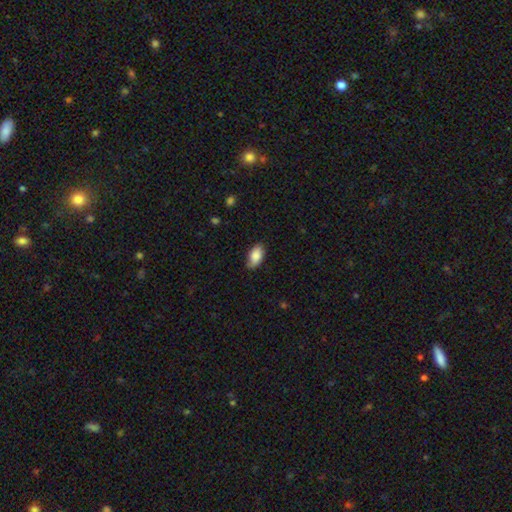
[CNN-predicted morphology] The model was most divided on "merging": none: 79%, minor disturbance: 17%, major disturbance: 3%, merger: 1%. More confident: how rounded — in between (94%); smooth or featured — smooth (86%).